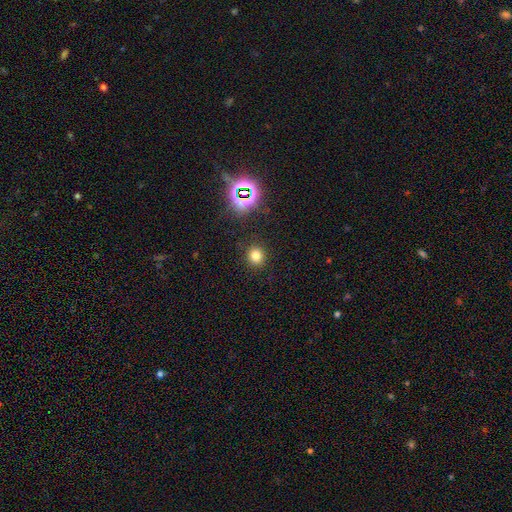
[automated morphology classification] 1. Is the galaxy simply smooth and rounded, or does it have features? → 74% smooth, 20% star or artifact, 6% featured or disk.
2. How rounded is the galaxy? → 85% round, 14% in between, 1% cigar-shaped.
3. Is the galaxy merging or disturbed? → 89% none, 7% minor disturbance, 3% major disturbance, 2% merger.